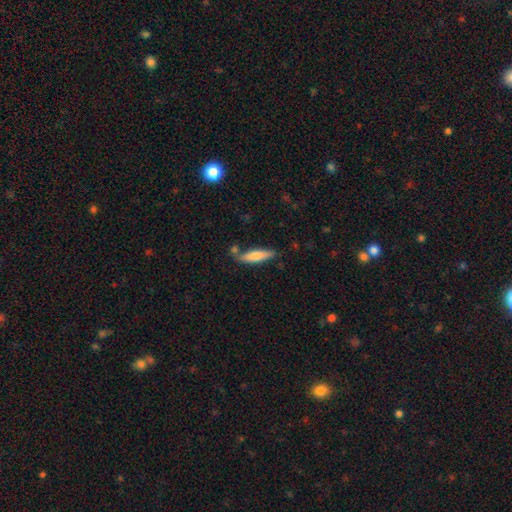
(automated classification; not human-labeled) Smooth or featured? Predicted: smooth (p=0.69). How rounded? Predicted: cigar-shaped (p=0.72). Merging? Predicted: none (p=0.72).